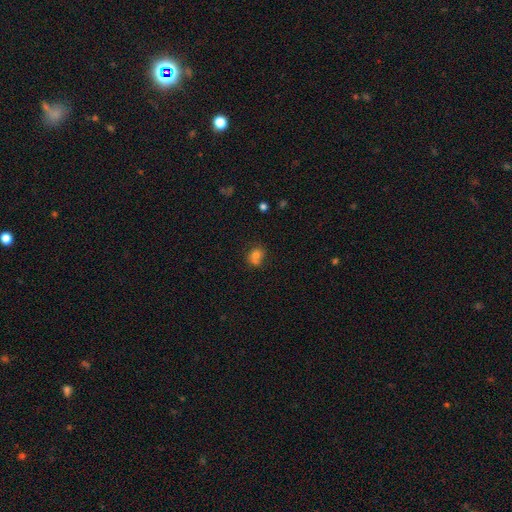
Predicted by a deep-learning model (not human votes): smooth_or_featured: smooth (p=0.75) [alt: featured or disk p=0.13]
how_rounded: round (p=0.60) [alt: in between p=0.39]
merging: none (p=0.53) [alt: merger p=0.21]